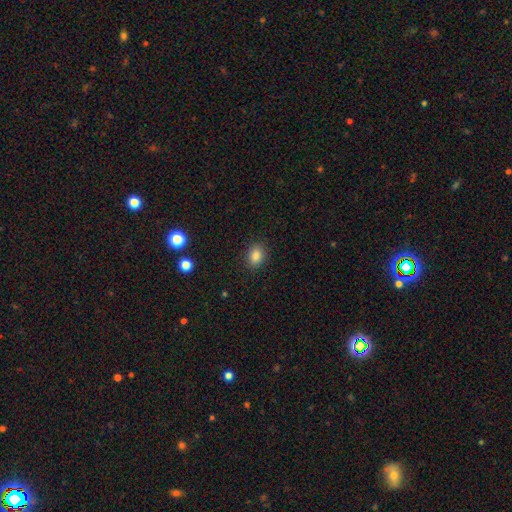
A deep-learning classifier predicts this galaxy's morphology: This appears to be a smooth galaxy with no disk features (85%) that is in between round and cigar-shaped (68%). Merging: none (88%).